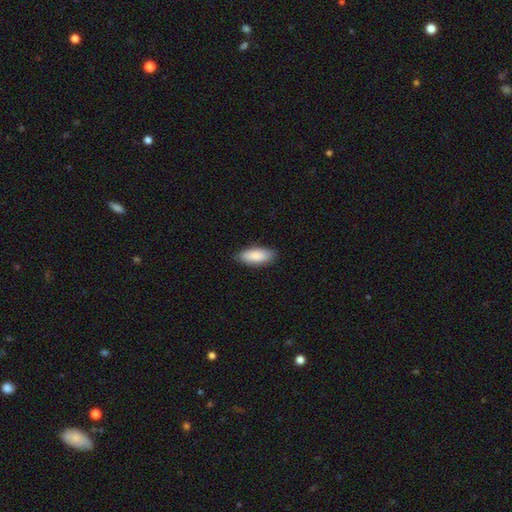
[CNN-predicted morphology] Smooth or featured: smooth — 89% (featured or disk — 6%)
How rounded: in between — 82% (cigar-shaped — 16%)
Merging: none — 86% (minor disturbance — 11%)